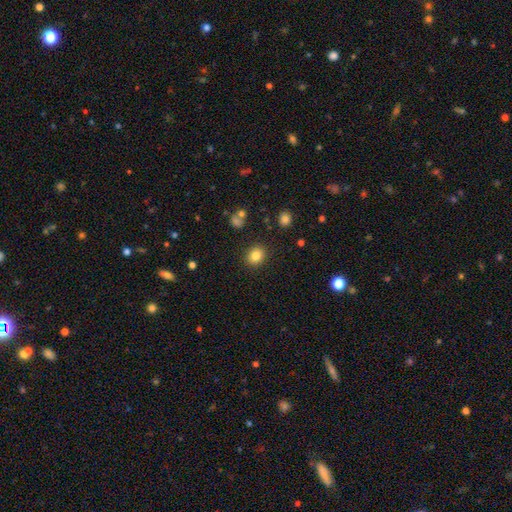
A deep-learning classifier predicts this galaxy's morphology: Smooth or featured? smooth (83%)
How rounded? round (63%)
Merging? none (88%)